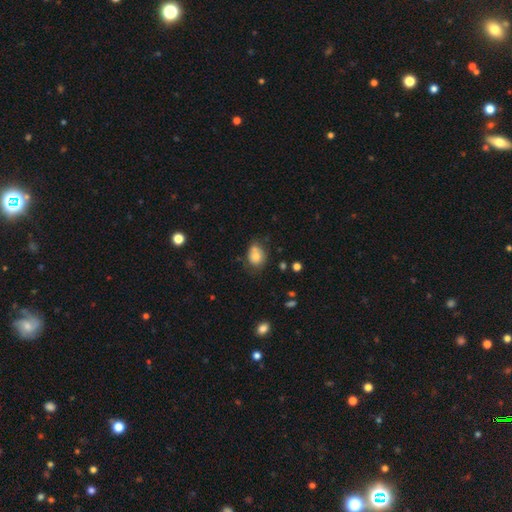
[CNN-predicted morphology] Smooth or featured? smooth (73%)
How rounded? round (51%)
Merging? none (52%)